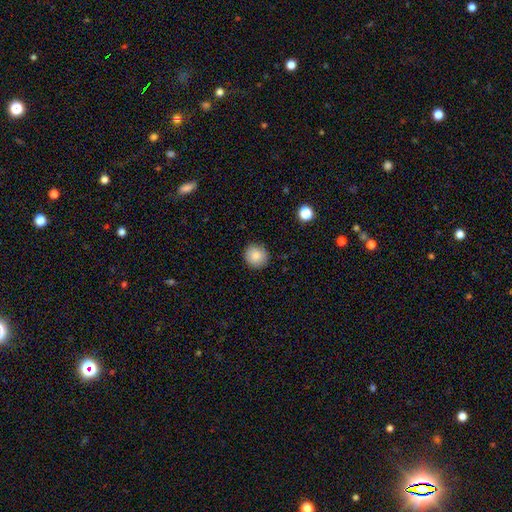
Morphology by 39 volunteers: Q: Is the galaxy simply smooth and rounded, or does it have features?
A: smooth — 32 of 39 (82%).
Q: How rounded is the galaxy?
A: round — 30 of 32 (94%).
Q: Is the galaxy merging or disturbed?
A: none — 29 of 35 (83%).